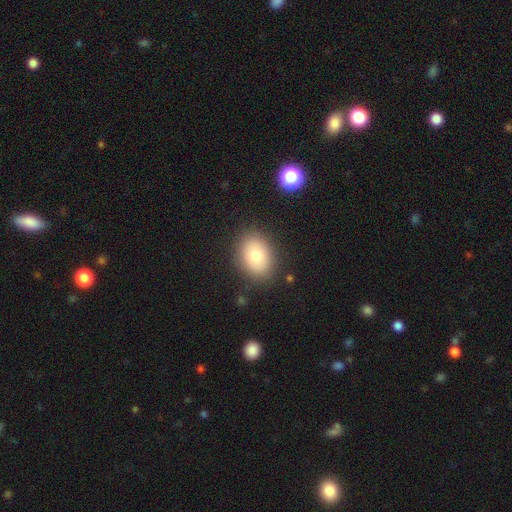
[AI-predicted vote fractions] Q: Smooth or featured?
A: smooth (77%); runner-up: featured or disk (13%)
Q: How rounded?
A: in between (66%); runner-up: round (33%)
Q: Merging?
A: none (86%); runner-up: minor disturbance (9%)